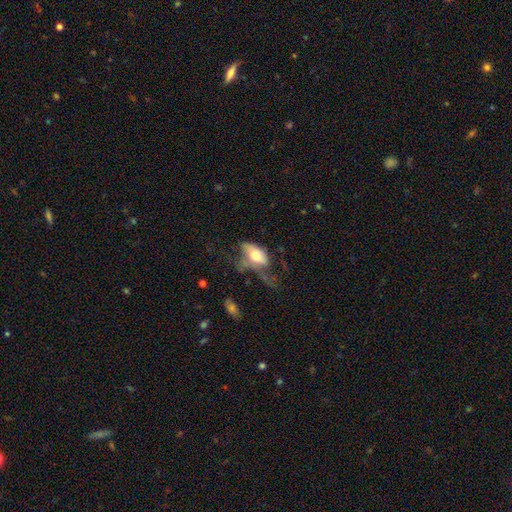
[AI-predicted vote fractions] Smooth or featured? Predicted: smooth (p=0.60). How rounded? Predicted: in between (p=0.90). Merging? Predicted: major disturbance (p=0.57).